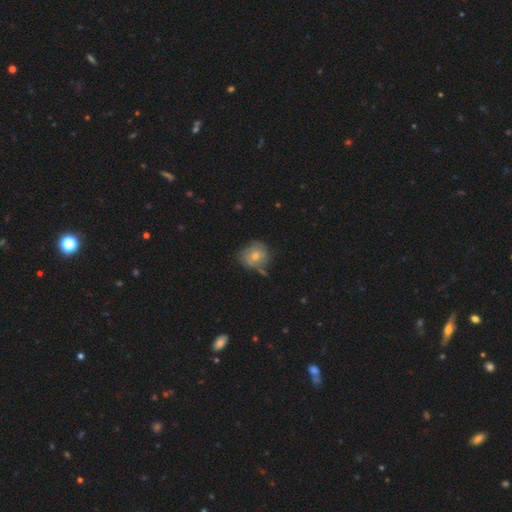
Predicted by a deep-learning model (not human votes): The model was most divided on "smooth or featured": smooth: 45%, featured or disk: 43%, star or artifact: 11%. More confident: merging — none (62%).